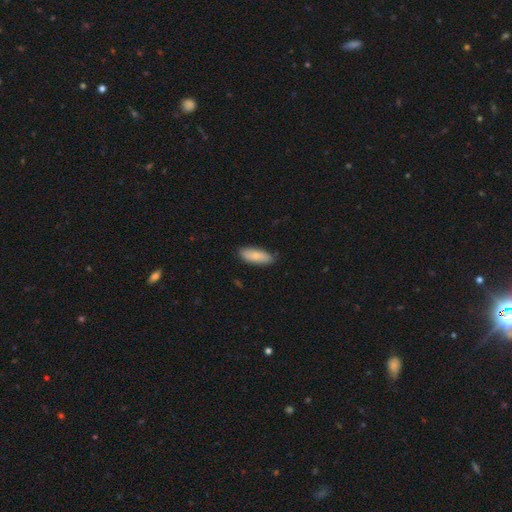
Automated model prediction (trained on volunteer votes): A smooth galaxy with no disk features (81%) that is in between round and cigar-shaped (77%).

Vote fractions:
- Smooth or featured? smooth: 81% / featured or disk: 13% / star or artifact: 6%
- How rounded? in between: 77% / cigar-shaped: 21% / round: 2%
- Merging? none: 81% / minor disturbance: 16% / major disturbance: 2% / merger: 1%